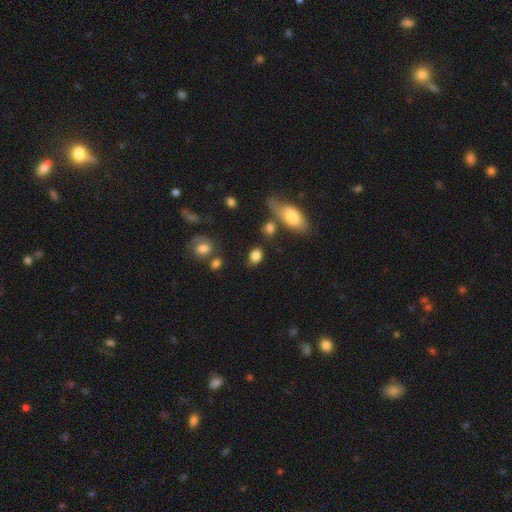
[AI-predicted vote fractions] Q: Smooth or featured?
A: smooth (82%); runner-up: star or artifact (10%)
Q: How rounded?
A: in between (71%); runner-up: round (27%)
Q: Merging?
A: none (68%); runner-up: minor disturbance (16%)